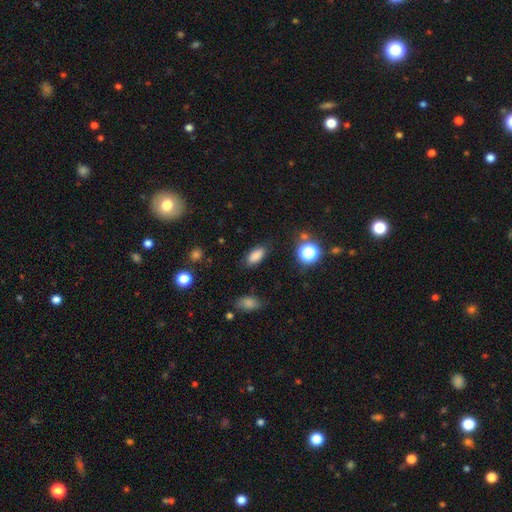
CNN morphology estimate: This is clearly a smooth galaxy (84%). How rounded: clearly in between (86%). Merging: clearly none (84%).